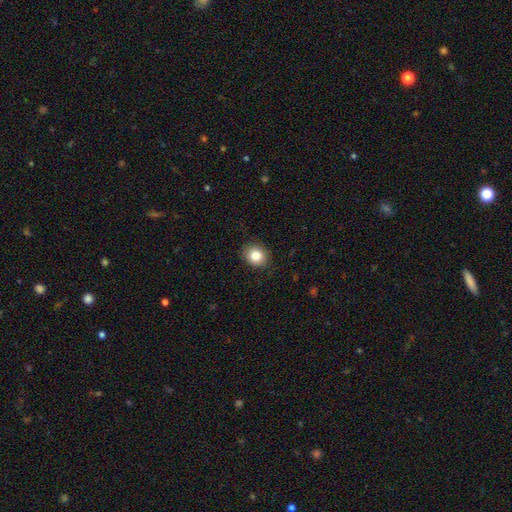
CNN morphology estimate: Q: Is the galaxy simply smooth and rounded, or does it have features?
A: smooth — 85%.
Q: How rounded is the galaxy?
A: round — 68%.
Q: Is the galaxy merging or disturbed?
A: none — 86%.